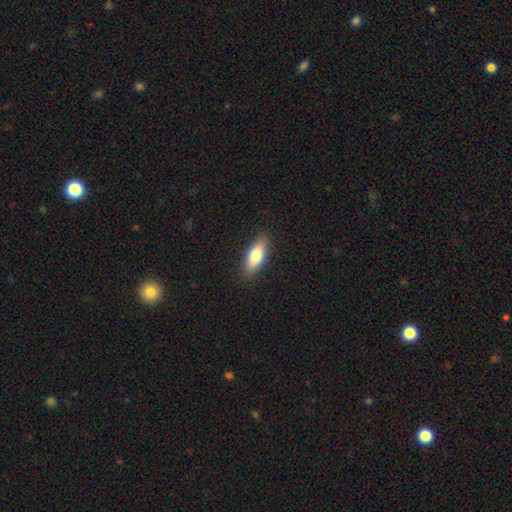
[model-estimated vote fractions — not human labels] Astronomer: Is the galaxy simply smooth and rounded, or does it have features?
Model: smooth — 80%.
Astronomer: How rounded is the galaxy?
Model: in between — 75%.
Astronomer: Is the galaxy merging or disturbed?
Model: none — 88%.